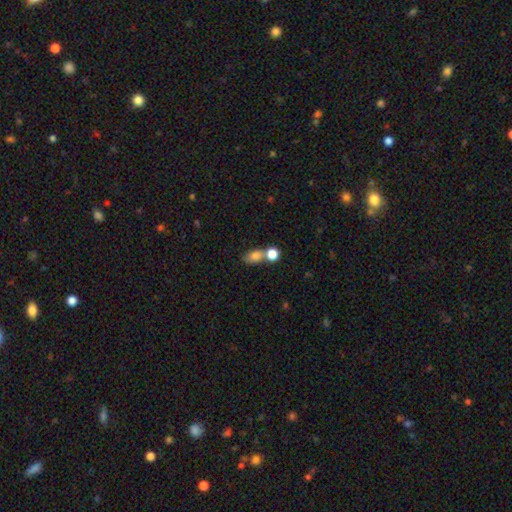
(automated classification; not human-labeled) Overall: smooth (80%). How rounded: in between (72%). Merging: merger (43%; none 41%).